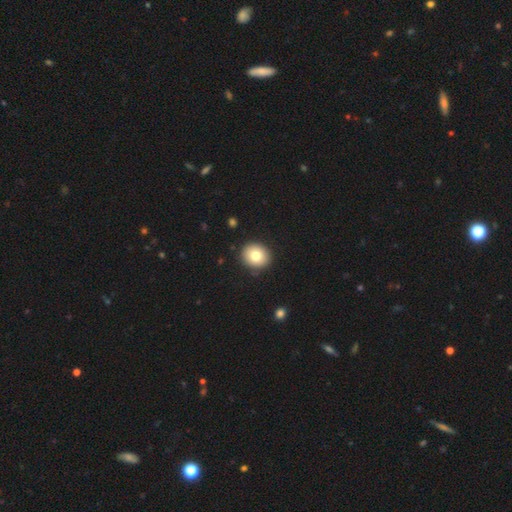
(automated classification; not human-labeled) Smooth or featured?
  - smooth: 77% *
  - featured or disk: 13%
  - star or artifact: 9%
How rounded?
  - round: 74% *
  - in between: 25%
  - cigar-shaped: 1%
Merging?
  - none: 90% *
  - minor disturbance: 7%
  - major disturbance: 2%
  - merger: 1%